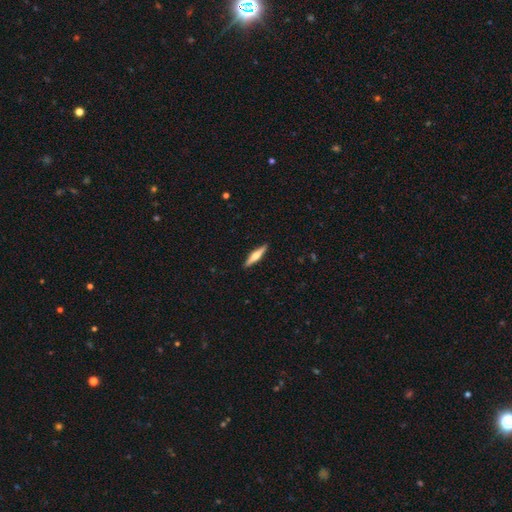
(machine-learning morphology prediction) Smooth or featured: featured or disk — 54% (smooth — 40%)
Edge-on disk: yes — 97% (no — 3%)
Edge-on bulge: rounded — 85% (boxy — 9%)
Merging: none — 91% (minor disturbance — 6%)